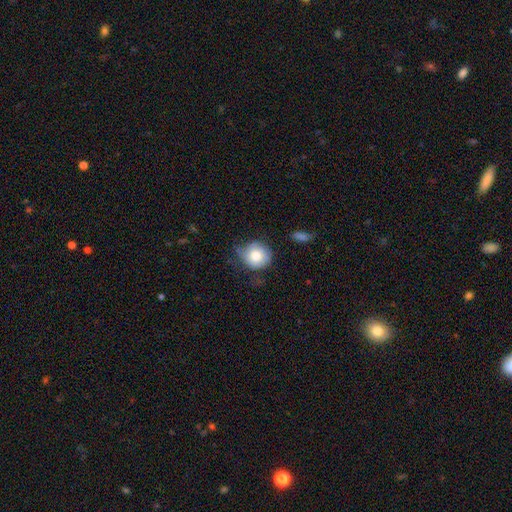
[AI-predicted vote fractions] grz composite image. It shows a smooth galaxy with no disk features (76%) that is round (84%). Merging: none (48%).